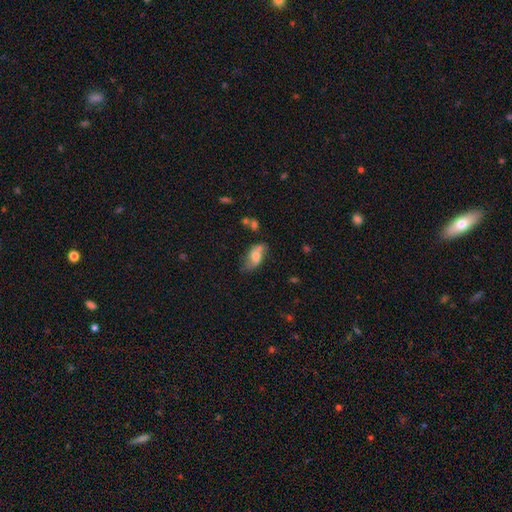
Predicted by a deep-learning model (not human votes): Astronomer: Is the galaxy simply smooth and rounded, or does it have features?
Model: smooth — 53% (runner-up: featured or disk, 38%).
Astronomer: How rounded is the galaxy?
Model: in between — 87%.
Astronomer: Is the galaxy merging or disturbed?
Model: none — 51% (runner-up: minor disturbance, 28%).